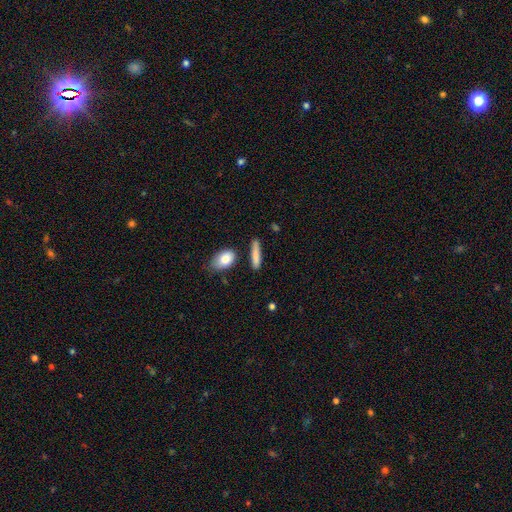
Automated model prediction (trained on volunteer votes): A smooth galaxy with no disk features (80%) that is cigar-shaped (78%).

Vote fractions:
- Smooth or featured? smooth: 80% / featured or disk: 14% / star or artifact: 6%
- How rounded? cigar-shaped: 78% / in between: 19% / round: 3%
- Merging? none: 79% / minor disturbance: 14% / merger: 4% / major disturbance: 3%